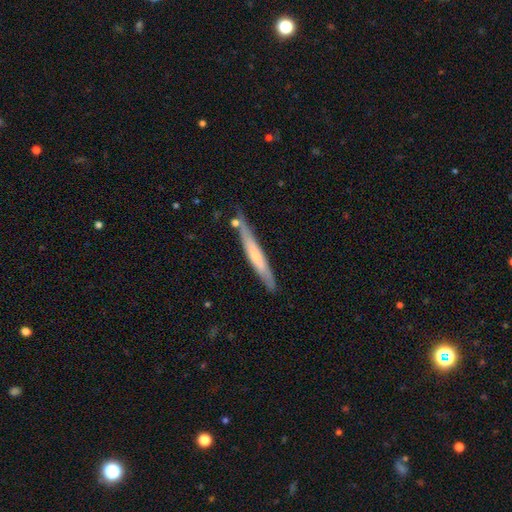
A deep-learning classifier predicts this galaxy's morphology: Smooth or featured? smooth (49%)
Merging? none (76%)